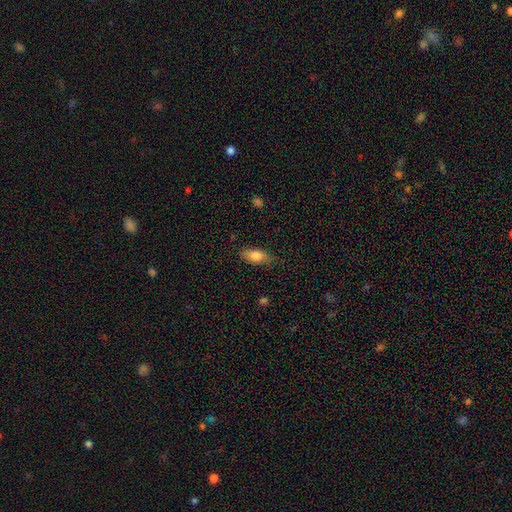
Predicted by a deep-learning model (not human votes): Smooth or featured? smooth (81%)
How rounded? in between (83%)
Merging? none (80%)